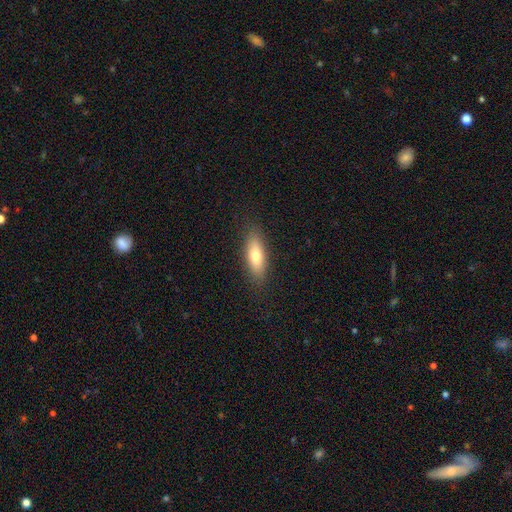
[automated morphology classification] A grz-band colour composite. It shows a smooth galaxy with no disk features (71%) that is in between round and cigar-shaped (63%). Merging: none (86%).